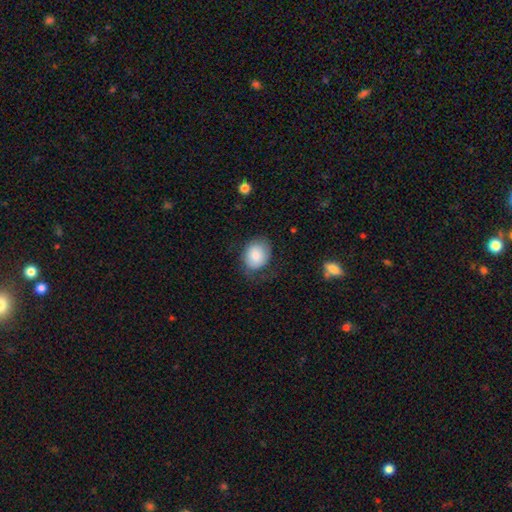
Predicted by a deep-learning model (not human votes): Smooth or featured?
  - smooth: 80% *
  - featured or disk: 12%
  - star or artifact: 7%
How rounded?
  - round: 50% *
  - in between: 49%
  - cigar-shaped: 1%
Merging?
  - none: 60% *
  - minor disturbance: 24%
  - major disturbance: 15%
  - merger: 1%